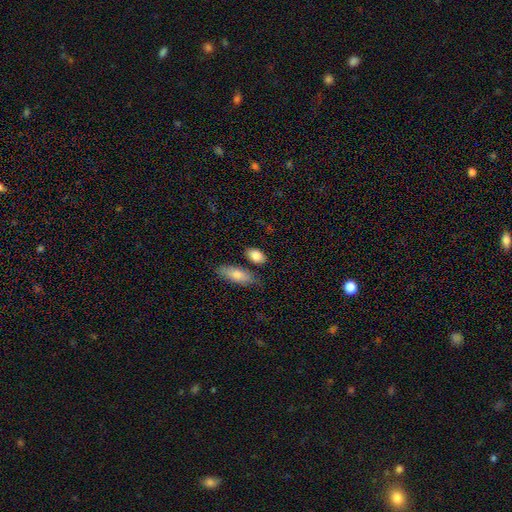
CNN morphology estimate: smooth 85%, featured or disk 9%, star or artifact 7%. Down the decision tree: how rounded — in between (86%); merging — none (72%).